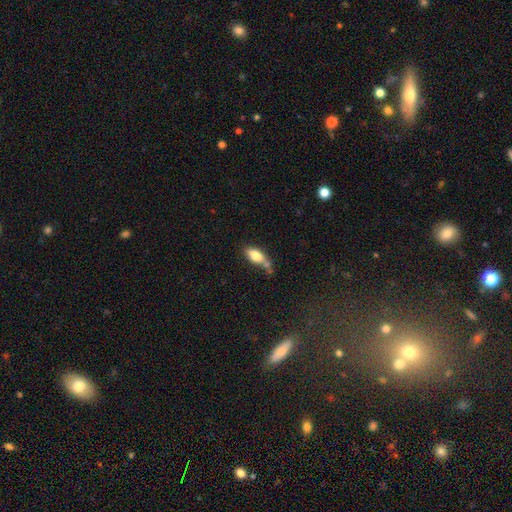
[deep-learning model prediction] A smooth galaxy with no disk features (80%) that is in between round and cigar-shaped (86%).

Vote fractions:
- Smooth or featured? smooth: 80% / featured or disk: 12% / star or artifact: 8%
- How rounded? in between: 86% / cigar-shaped: 11% / round: 3%
- Merging? none: 49% / minor disturbance: 23% / merger: 22% / major disturbance: 7%